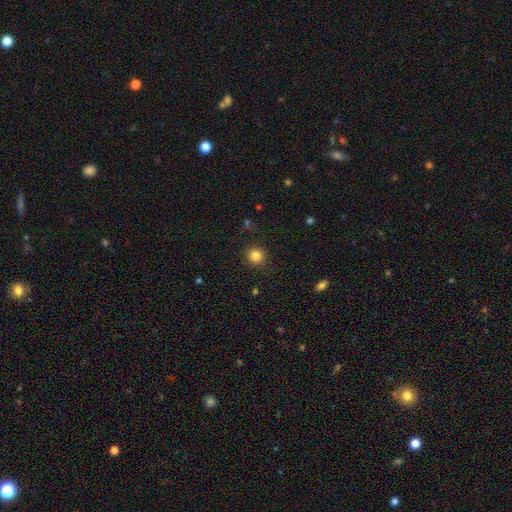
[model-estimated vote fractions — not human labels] This is clearly a smooth galaxy (83%). How rounded: clearly round (92%). Merging: clearly none (91%).